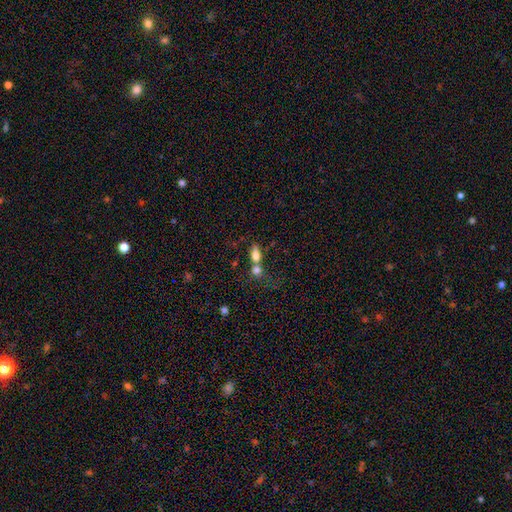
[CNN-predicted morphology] Smooth or featured?
  - smooth: 76% *
  - featured or disk: 13%
  - star or artifact: 10%
How rounded?
  - in between: 75% *
  - round: 16%
  - cigar-shaped: 9%
Merging?
  - merger: 50% *
  - none: 34%
  - minor disturbance: 10%
  - major disturbance: 6%